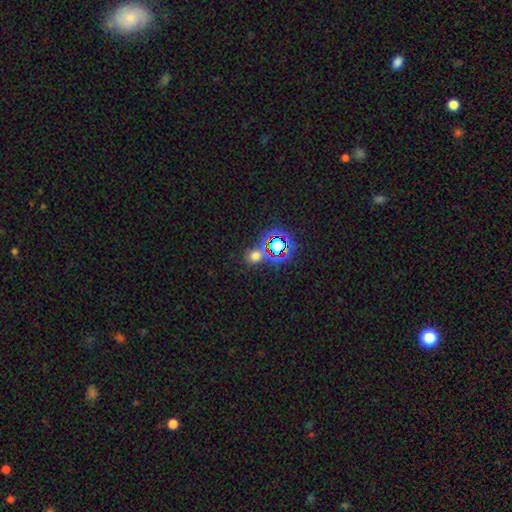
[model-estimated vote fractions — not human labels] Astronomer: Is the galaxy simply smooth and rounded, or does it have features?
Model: smooth — 53% (runner-up: star or artifact, 40%).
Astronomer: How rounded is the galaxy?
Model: round — 73%.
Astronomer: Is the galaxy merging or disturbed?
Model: none — 68%.